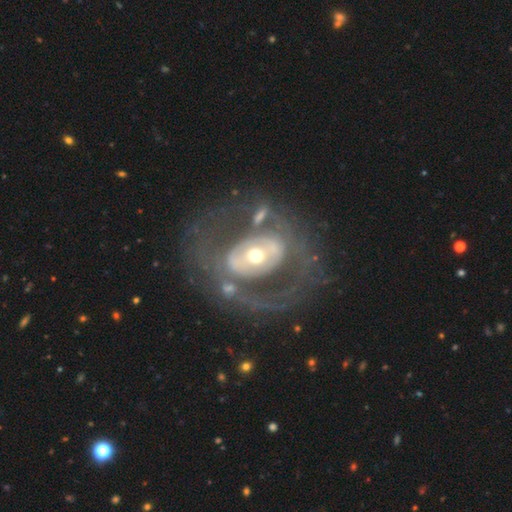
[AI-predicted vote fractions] smooth_or_featured: featured or disk (p=0.75) [alt: smooth p=0.18]
disk_edge_on: no (p=0.95) [alt: yes p=0.05]
bar: no (p=0.56) [alt: weak p=0.24]
has_spiral_arms: no (p=0.53) [alt: yes p=0.47]
bulge_size: moderate (p=0.63) [alt: small p=0.24]
merging: none (p=0.58) [alt: major disturbance p=0.21]